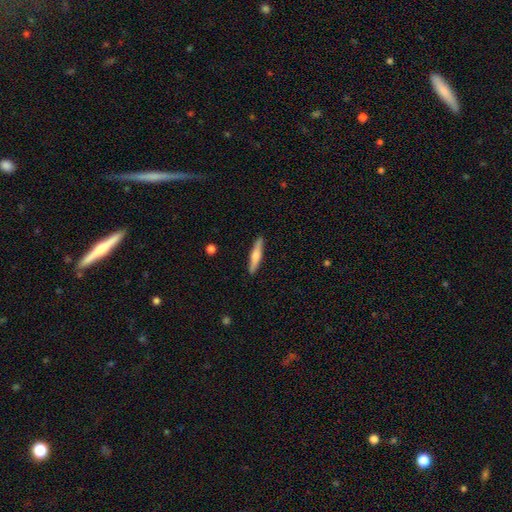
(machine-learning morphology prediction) smooth_or_featured: smooth (p=0.60) [alt: featured or disk p=0.35]
how_rounded: cigar-shaped (p=0.90) [alt: in between p=0.09]
merging: none (p=0.89) [alt: minor disturbance p=0.08]